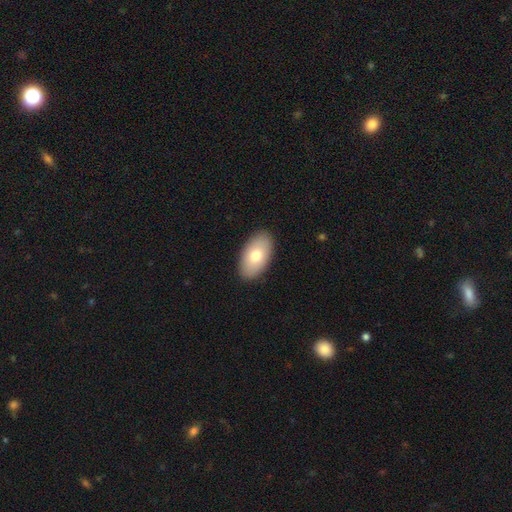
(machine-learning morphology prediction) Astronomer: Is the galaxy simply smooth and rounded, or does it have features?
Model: smooth — 75%.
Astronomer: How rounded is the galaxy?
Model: in between — 95%.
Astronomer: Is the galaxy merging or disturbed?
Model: none — 89%.